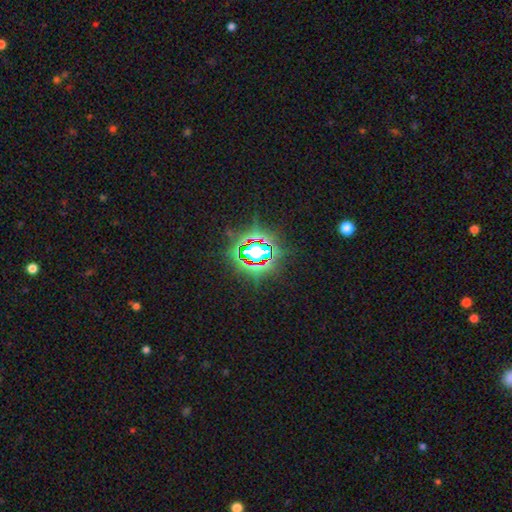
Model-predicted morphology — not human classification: This is likely a star or artifact rather than a galaxy (79%).